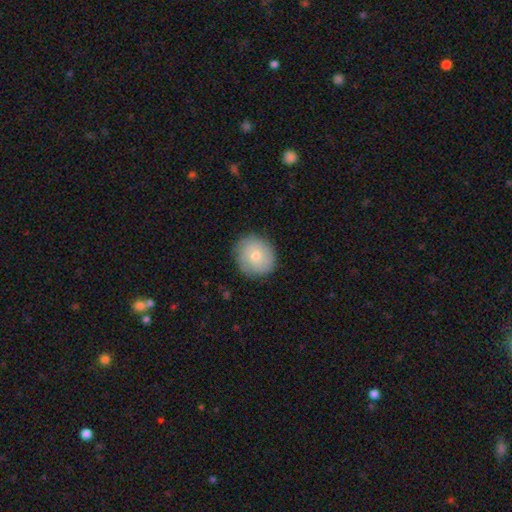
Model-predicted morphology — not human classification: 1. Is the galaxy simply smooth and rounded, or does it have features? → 73% smooth, 20% featured or disk, 7% star or artifact.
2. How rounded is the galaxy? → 85% round, 15% in between, 1% cigar-shaped.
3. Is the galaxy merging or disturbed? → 82% none, 14% minor disturbance, 3% major disturbance, 1% merger.